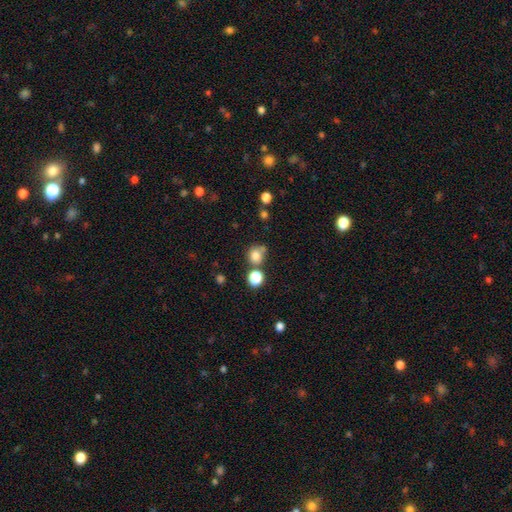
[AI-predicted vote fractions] Smooth or featured? smooth (79%)
How rounded? round (80%)
Merging? none (58%)